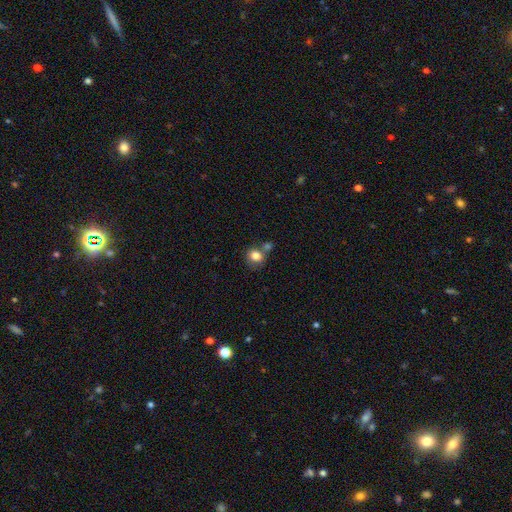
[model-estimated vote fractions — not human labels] smooth-or-featured: smooth: 83% | star or artifact: 10% | featured or disk: 7%
  how-rounded: round: 75% | in between: 24% | cigar-shaped: 1%
  merging: none: 56% | merger: 27% | minor disturbance: 13% | major disturbance: 4%